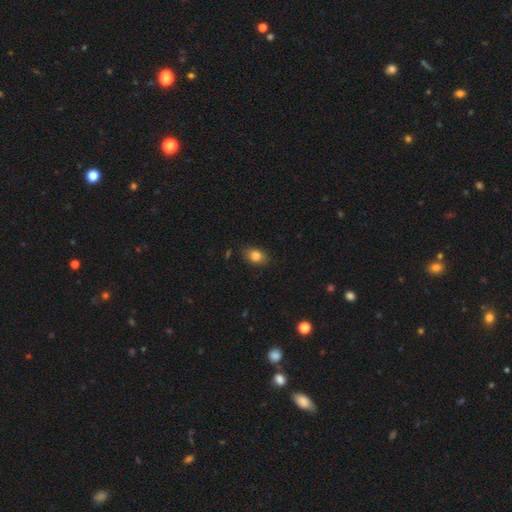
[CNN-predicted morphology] This appears to be a smooth galaxy with no disk features (84%) that is in between round and cigar-shaped (76%). Merging: none (80%).